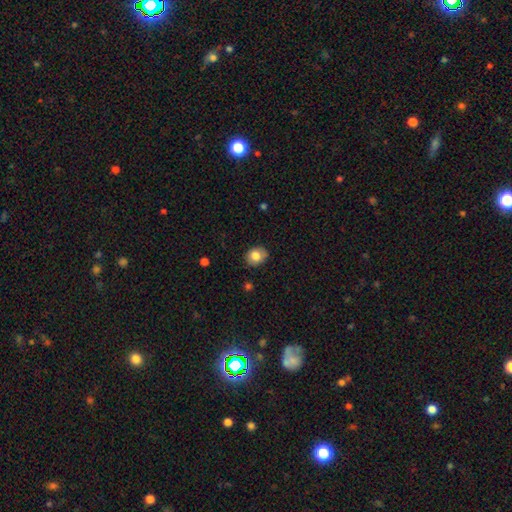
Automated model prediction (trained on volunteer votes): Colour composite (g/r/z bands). It shows a smooth galaxy with no disk features (81%) that is round (51%). Merging: none (85%).